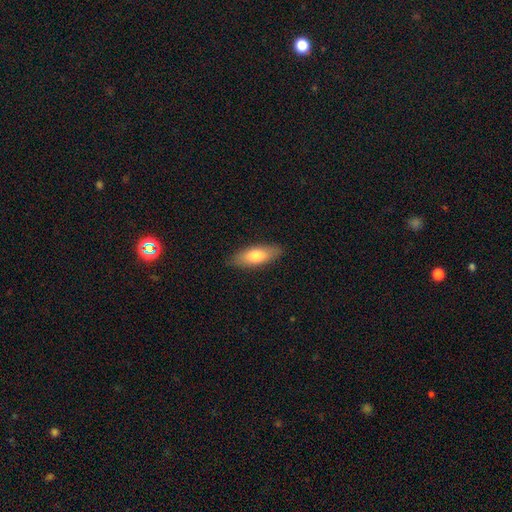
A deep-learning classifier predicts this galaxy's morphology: type=smooth (74%); roundness=in between (69%); merging=none (86%).